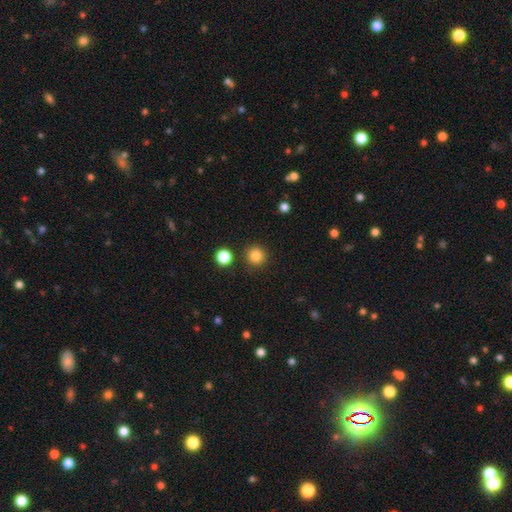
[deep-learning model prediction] This appears to be a smooth galaxy with no disk features (85%) that is round (95%). Merging: none (90%).